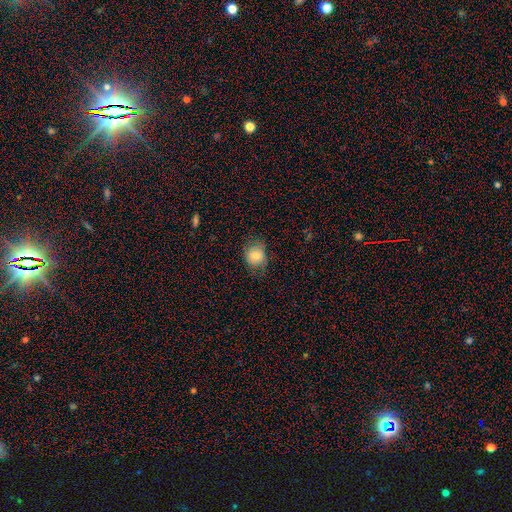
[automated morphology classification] smooth-or-featured: smooth: 76% | featured or disk: 14% | star or artifact: 9%
  how-rounded: round: 64% | in between: 35% | cigar-shaped: 1%
  merging: none: 65% | minor disturbance: 24% | major disturbance: 10% | merger: 1%